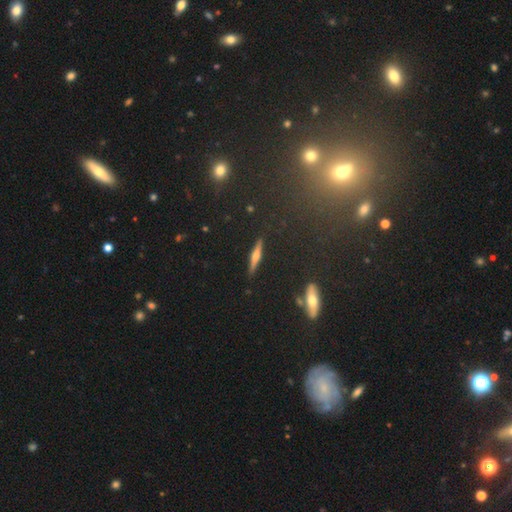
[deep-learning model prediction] Morphology: type=featured or disk (62%); edge-on=yes (96%); edge-on bulge=rounded (87%); merging=none (88%).